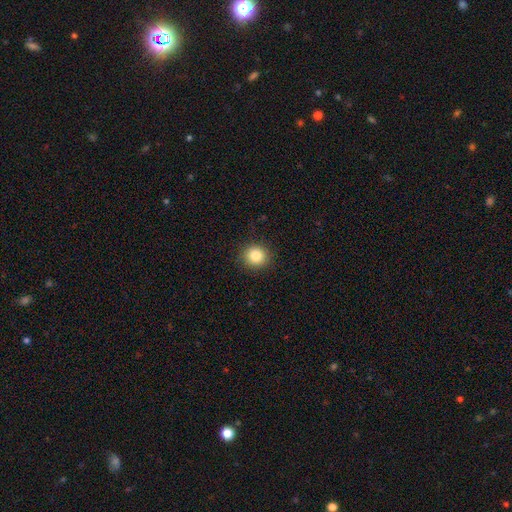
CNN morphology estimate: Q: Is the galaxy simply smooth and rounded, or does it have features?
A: smooth — 83%.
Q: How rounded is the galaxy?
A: round — 89%.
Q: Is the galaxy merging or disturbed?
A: none — 91%.